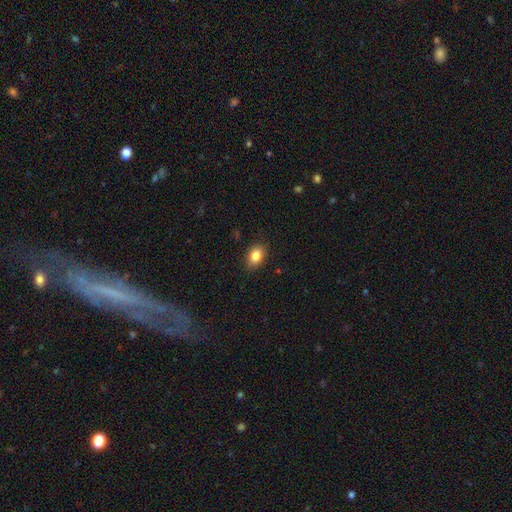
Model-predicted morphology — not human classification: smooth_or_featured: smooth (p=0.84) [alt: star or artifact p=0.09]
how_rounded: in between (p=0.77) [alt: round p=0.22]
merging: none (p=0.87) [alt: minor disturbance p=0.10]